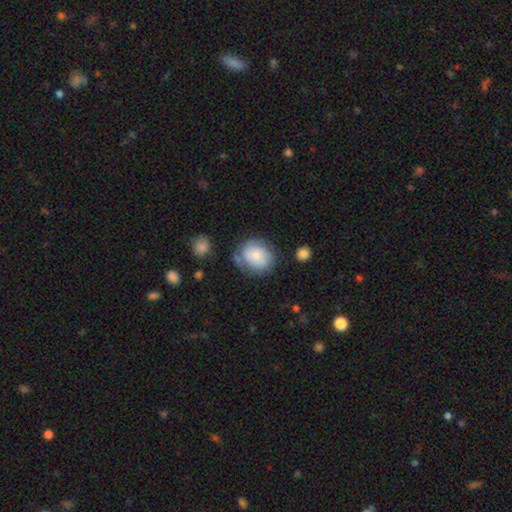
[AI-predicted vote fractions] smooth-or-featured: smooth: 69% | featured or disk: 23% | star or artifact: 7%
  how-rounded: round: 62% | in between: 37% | cigar-shaped: 1%
  merging: none: 59% | minor disturbance: 23% | major disturbance: 9% | merger: 9%